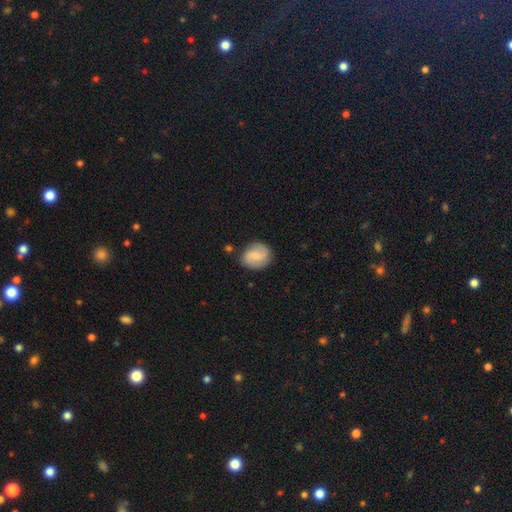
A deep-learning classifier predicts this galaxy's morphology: This appears to be a smooth galaxy with no disk features (49%). Merging: none (80%).